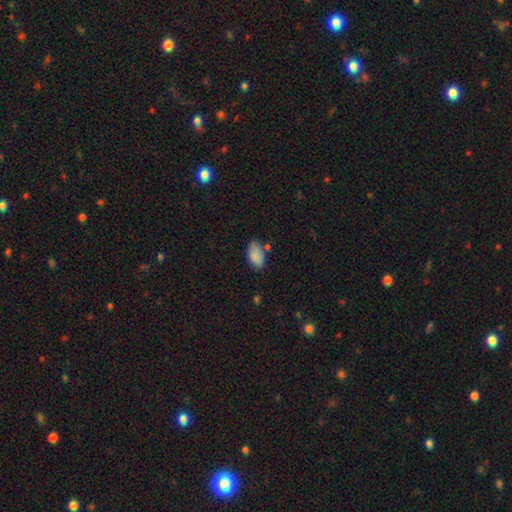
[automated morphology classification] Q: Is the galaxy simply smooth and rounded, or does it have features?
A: smooth — 84%.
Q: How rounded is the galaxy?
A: in between — 94%.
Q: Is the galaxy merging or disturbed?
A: none — 67%.